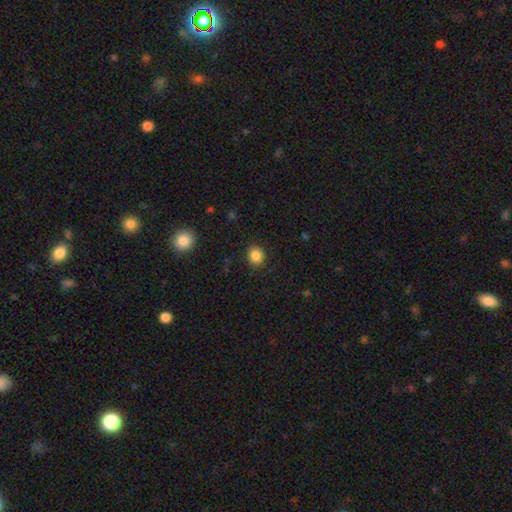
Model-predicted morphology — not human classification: A smooth galaxy with no disk features (86%) that is round (81%).

Vote fractions:
- Smooth or featured? smooth: 86% / star or artifact: 10% / featured or disk: 4%
- How rounded? round: 81% / in between: 18% / cigar-shaped: 1%
- Merging? none: 89% / minor disturbance: 8% / major disturbance: 2% / merger: 1%